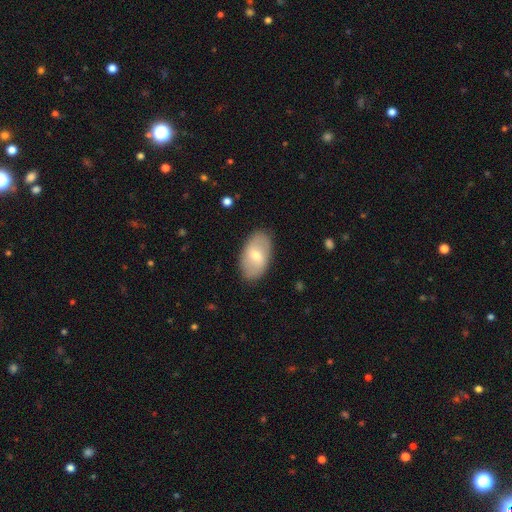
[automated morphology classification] The model was most divided on "smooth or featured": smooth: 57%, featured or disk: 37%, star or artifact: 6%. More confident: how rounded — in between (93%); merging — none (85%).